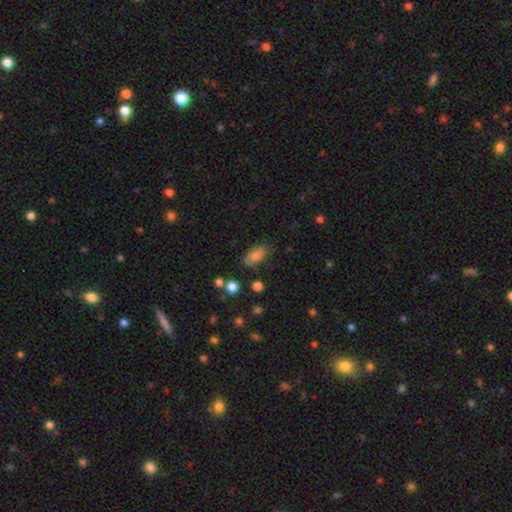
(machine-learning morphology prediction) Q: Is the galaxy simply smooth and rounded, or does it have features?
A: smooth — 68%.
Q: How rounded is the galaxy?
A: in between — 89%.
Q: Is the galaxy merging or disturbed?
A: none — 71%.